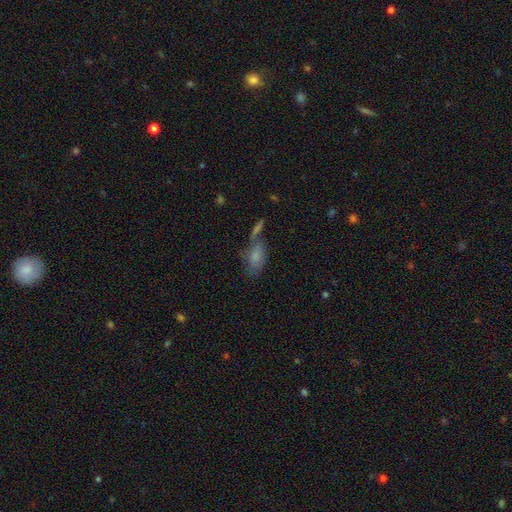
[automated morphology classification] The model was most divided on "merging": none: 42%, merger: 32%, minor disturbance: 16%, major disturbance: 9%. More confident: how rounded — in between (85%); smooth or featured — smooth (72%).